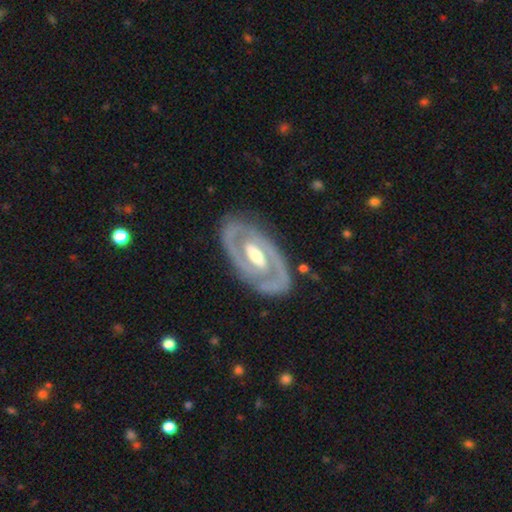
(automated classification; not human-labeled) featured or disk 86%, smooth 11%, star or artifact 4%. Down the decision tree: edge-on disk — no (95%); bar — weak (39%); spiral arms — yes (78%); spiral arm count — 2 (85%); spiral winding — tight (52%); bulge size — moderate (66%); merging — none (84%).